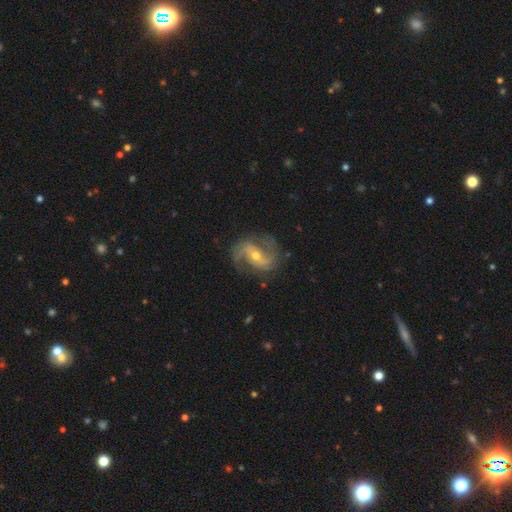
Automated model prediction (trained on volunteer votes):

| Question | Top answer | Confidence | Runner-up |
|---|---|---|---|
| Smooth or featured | featured or disk | 89% | smooth (6%) |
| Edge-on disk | no | 97% | yes (3%) |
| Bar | weak | 41% | no (32%) |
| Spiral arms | yes | 97% | no (3%) |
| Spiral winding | medium | 47% | loose (39%) |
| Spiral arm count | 2 | 90% | can't tell (3%) |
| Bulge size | moderate | 50% | small (47%) |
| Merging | none | 79% | minor disturbance (14%) |